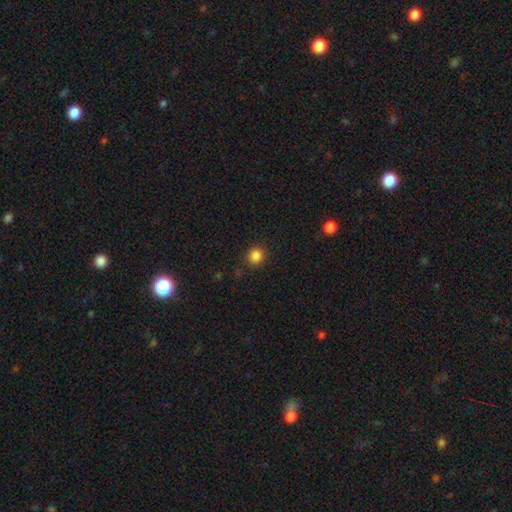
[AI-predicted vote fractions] Smooth or featured?
  - smooth: 85% *
  - star or artifact: 12%
  - featured or disk: 3%
How rounded?
  - round: 89% *
  - in between: 10%
  - cigar-shaped: 1%
Merging?
  - none: 90% *
  - minor disturbance: 7%
  - major disturbance: 2%
  - merger: 1%